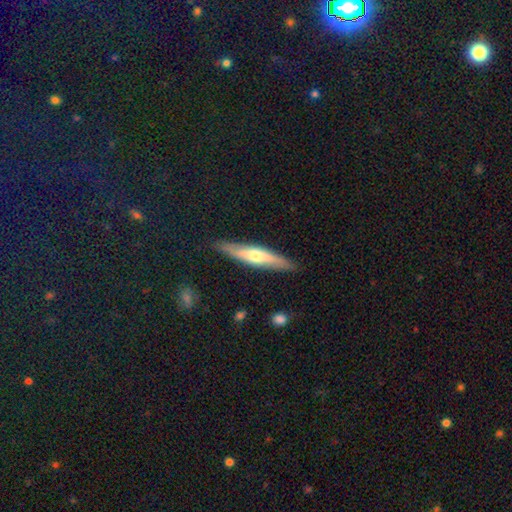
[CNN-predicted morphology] Q: Smooth or featured?
A: featured or disk (52%); runner-up: smooth (42%)
Q: Edge-on disk?
A: yes (88%); runner-up: no (12%)
Q: Merging?
A: none (87%); runner-up: minor disturbance (10%)